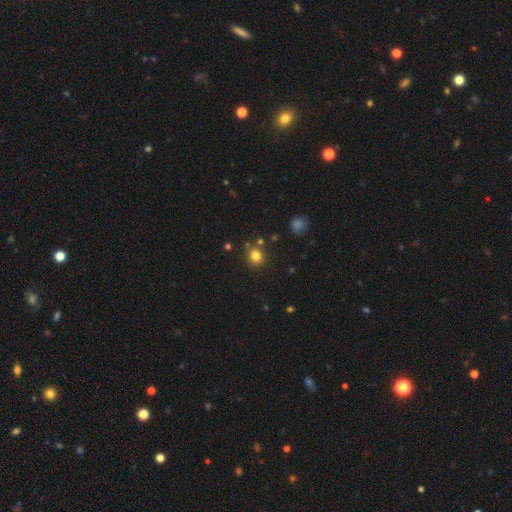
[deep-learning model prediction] Q: Smooth or featured?
A: smooth (80%); runner-up: star or artifact (13%)
Q: How rounded?
A: round (82%); runner-up: in between (18%)
Q: Merging?
A: none (82%); runner-up: minor disturbance (9%)